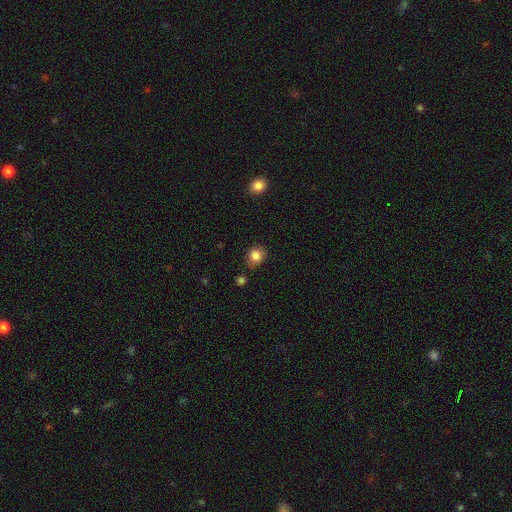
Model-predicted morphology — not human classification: smooth-or-featured: smooth: 83% | star or artifact: 11% | featured or disk: 6%
  how-rounded: round: 77% | in between: 22% | cigar-shaped: 1%
  merging: none: 72% | minor disturbance: 21% | major disturbance: 4% | merger: 3%